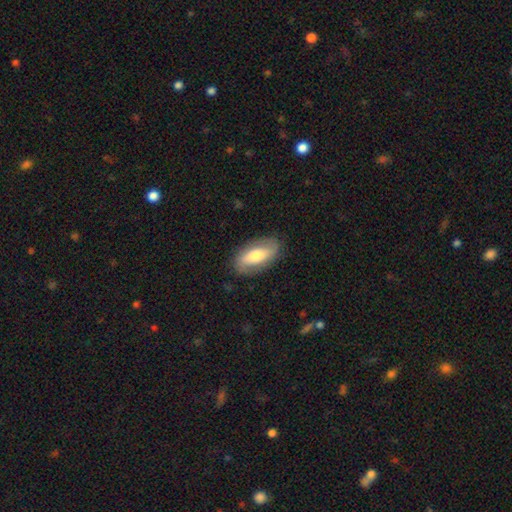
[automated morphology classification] Smooth or featured?
  - smooth: 52% *
  - featured or disk: 42%
  - star or artifact: 6%
How rounded?
  - in between: 87% *
  - cigar-shaped: 9%
  - round: 4%
Merging?
  - none: 83% *
  - minor disturbance: 12%
  - major disturbance: 4%
  - merger: 1%